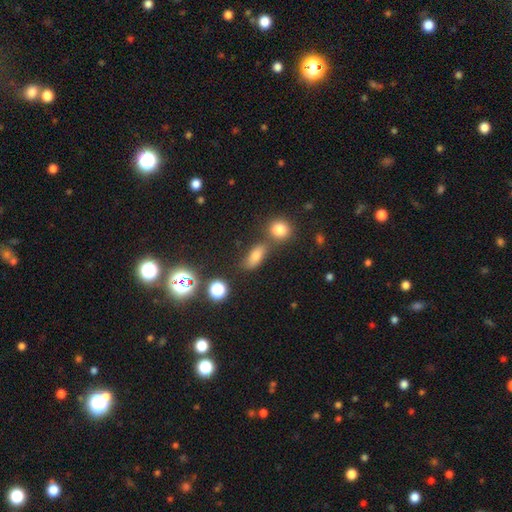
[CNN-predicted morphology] Smooth or featured? Predicted: smooth (p=0.67). How rounded? Predicted: in between (p=0.69). Merging? Predicted: none (p=0.68).